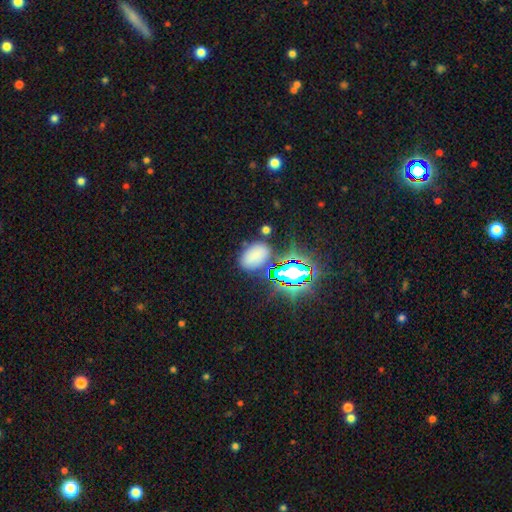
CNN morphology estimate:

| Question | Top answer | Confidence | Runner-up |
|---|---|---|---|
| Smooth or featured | smooth | 64% | star or artifact (28%) |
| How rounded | in between | 88% | round (11%) |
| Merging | none | 76% | minor disturbance (14%) |